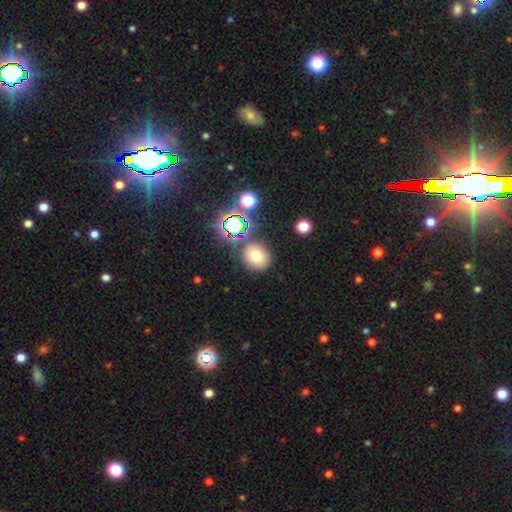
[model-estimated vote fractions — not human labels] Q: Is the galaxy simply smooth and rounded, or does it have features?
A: smooth — 70%.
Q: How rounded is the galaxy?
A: round — 79%.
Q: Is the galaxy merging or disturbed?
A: none — 79%.